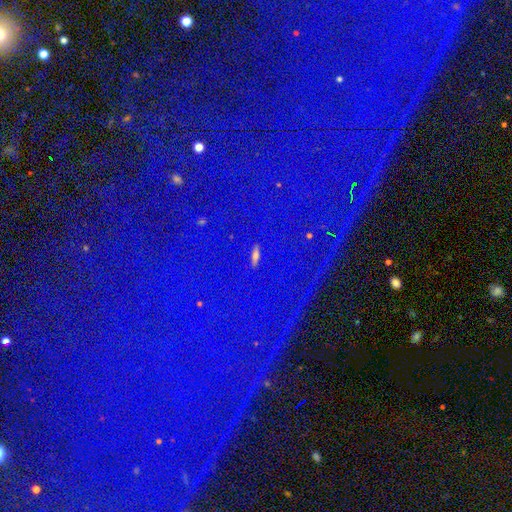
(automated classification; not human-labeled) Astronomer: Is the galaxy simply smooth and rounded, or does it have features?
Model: star or artifact — 67%.